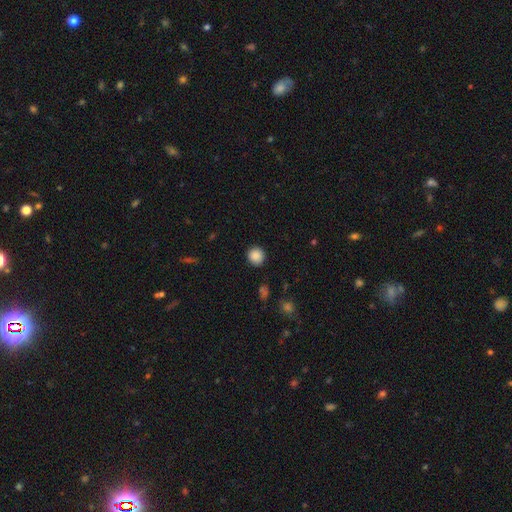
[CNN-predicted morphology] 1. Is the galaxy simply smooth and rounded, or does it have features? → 88% smooth, 9% star or artifact, 3% featured or disk.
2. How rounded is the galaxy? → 90% round, 9% in between, 1% cigar-shaped.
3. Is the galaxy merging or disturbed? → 90% none, 7% minor disturbance, 2% major disturbance, 1% merger.